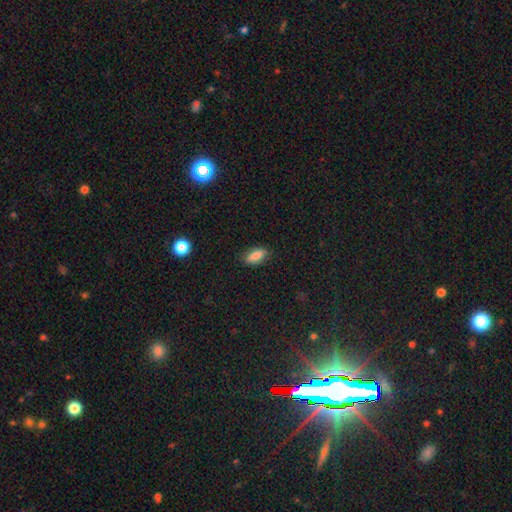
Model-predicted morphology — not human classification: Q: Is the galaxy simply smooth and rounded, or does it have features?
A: smooth — 81%.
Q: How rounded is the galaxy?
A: in between — 85%.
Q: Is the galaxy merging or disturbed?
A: none — 84%.